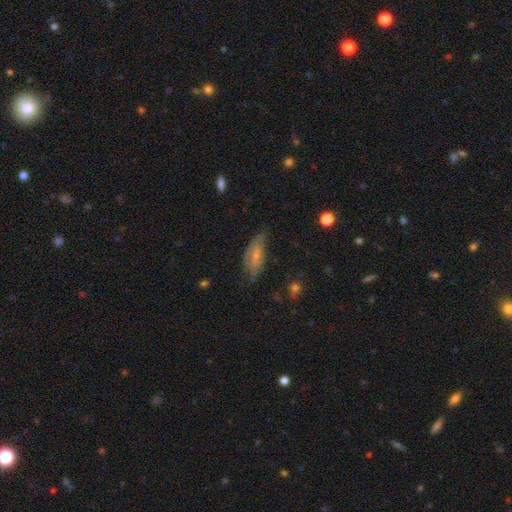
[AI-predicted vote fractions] This is possibly a featured or disk galaxy (49%). Merging: possibly none (54%).